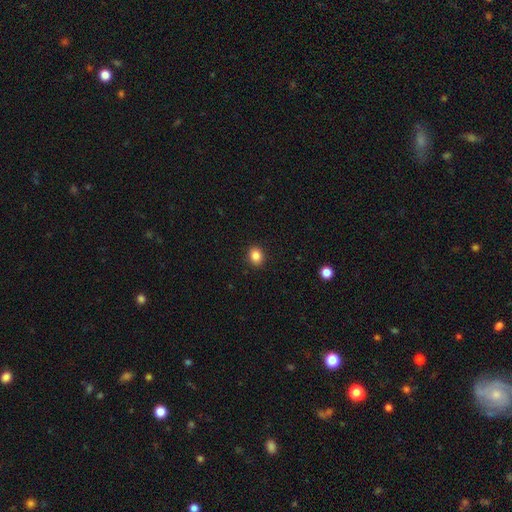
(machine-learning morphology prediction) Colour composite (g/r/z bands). It shows a smooth galaxy with no disk features (86%) that is round (56%). Merging: none (91%).